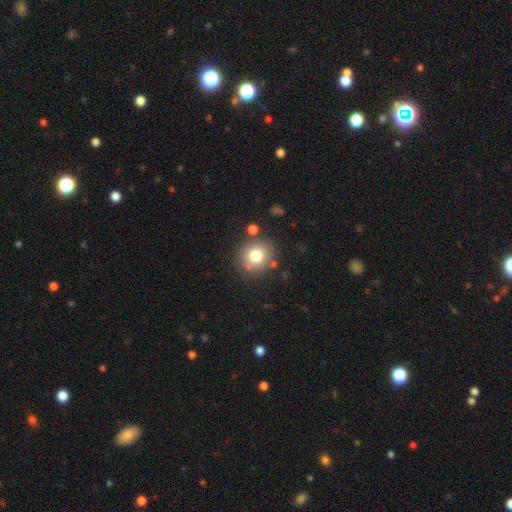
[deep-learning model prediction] This is likely a smooth galaxy (76%). How rounded: clearly round (85%). Merging: likely none (79%).